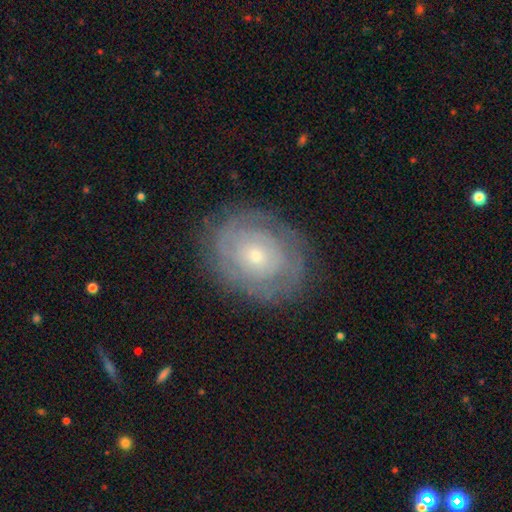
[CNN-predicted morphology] type=featured or disk (70%); edge-on=no (96%); bar=no (85%); spiral arms=yes (72%); bulge=small (72%); merging=none (80%).